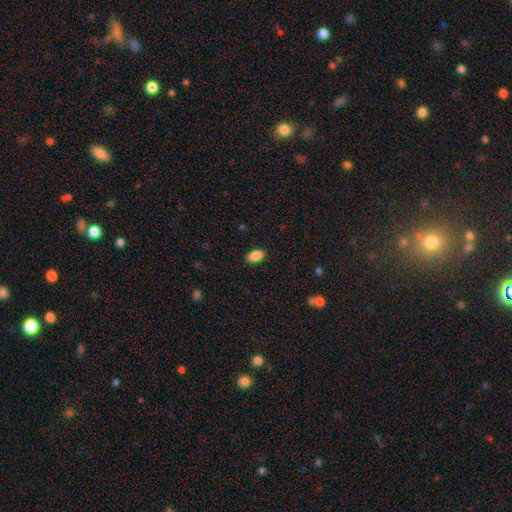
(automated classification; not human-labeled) The model was most divided on "merging": none: 88%, minor disturbance: 9%, major disturbance: 2%, merger: 1%. More confident: how rounded — in between (93%); smooth or featured — smooth (88%).